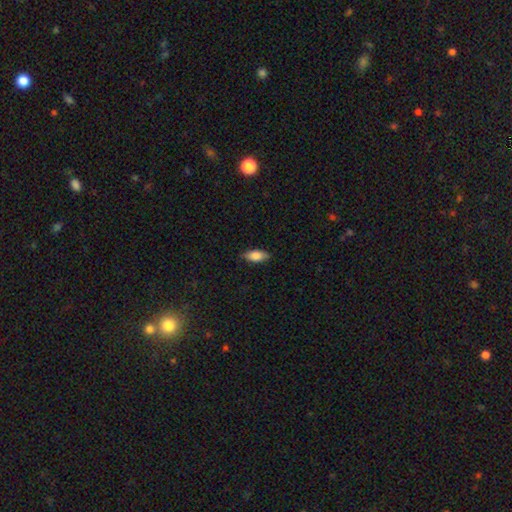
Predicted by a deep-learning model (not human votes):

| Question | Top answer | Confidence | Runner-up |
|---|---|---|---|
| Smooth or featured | smooth | 83% | featured or disk (11%) |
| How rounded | in between | 85% | cigar-shaped (12%) |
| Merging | none | 84% | minor disturbance (13%) |